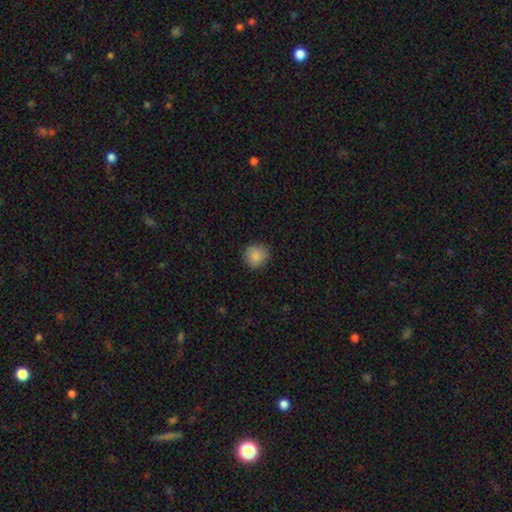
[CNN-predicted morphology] Smooth or featured? Predicted: smooth (p=0.87). How rounded? Predicted: round (p=0.91). Merging? Predicted: none (p=0.88).